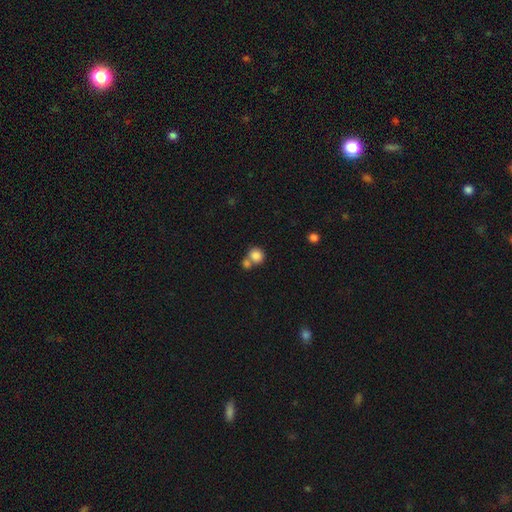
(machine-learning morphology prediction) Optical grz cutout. It shows a smooth galaxy with no disk features (84%) that is round (84%). Merging: none (44%, tied with merger).